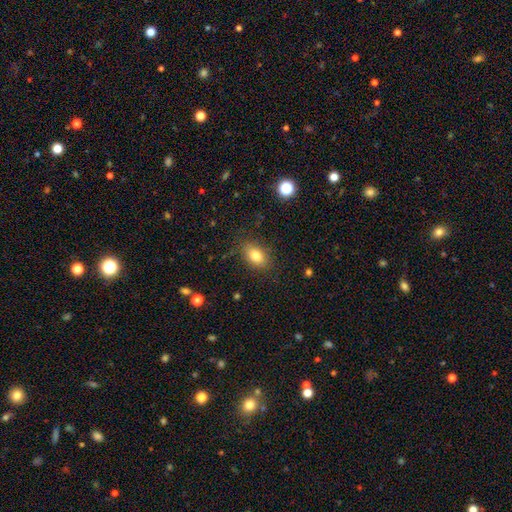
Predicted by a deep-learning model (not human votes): Smooth or featured? smooth (81%)
How rounded? in between (85%)
Merging? none (83%)